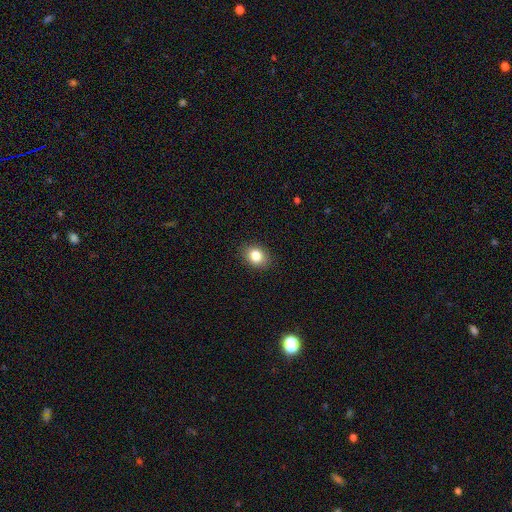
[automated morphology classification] Overall: smooth (83%). How rounded: in between (57%; round 42%). Merging: none (88%).